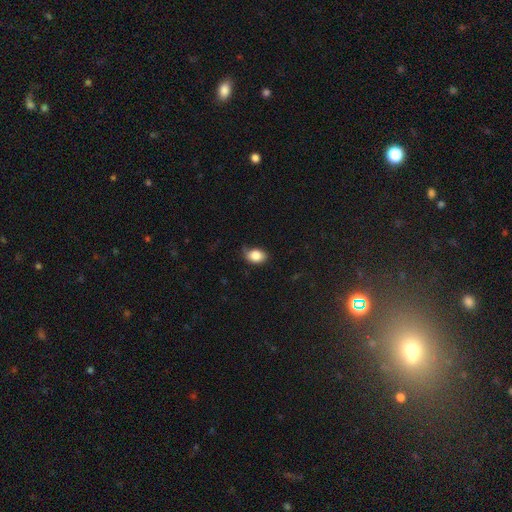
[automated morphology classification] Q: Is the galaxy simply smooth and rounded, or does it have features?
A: smooth — 85%.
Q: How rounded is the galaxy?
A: in between — 77%.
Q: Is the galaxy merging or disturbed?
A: none — 64%.